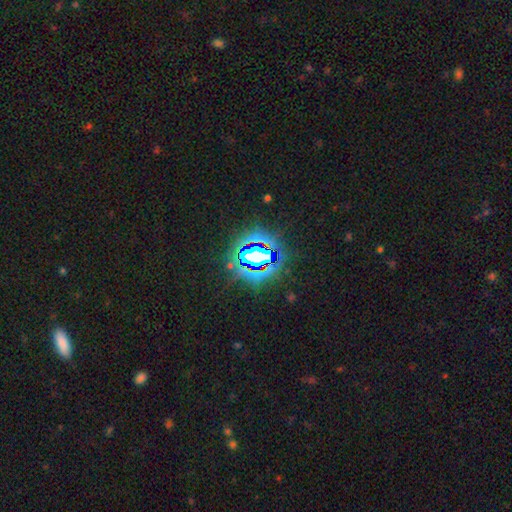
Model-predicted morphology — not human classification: Smooth or featured: star or artifact — 79% (smooth — 11%)